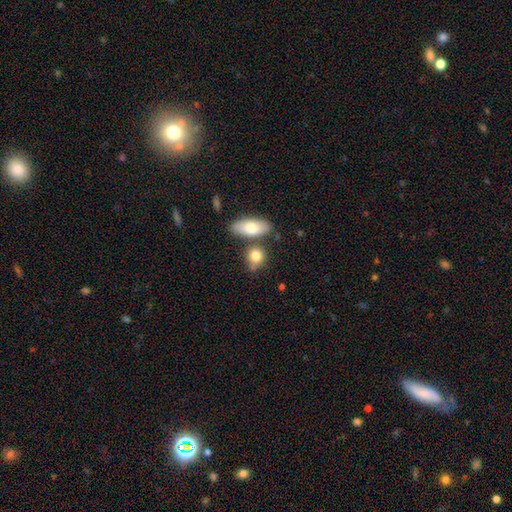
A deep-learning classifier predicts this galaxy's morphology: Smooth or featured? Predicted: smooth (p=0.80). How rounded? Predicted: round (p=0.53). Merging? Predicted: none (p=0.60).